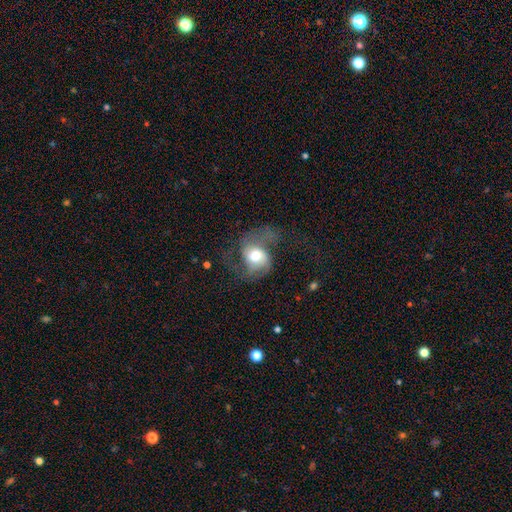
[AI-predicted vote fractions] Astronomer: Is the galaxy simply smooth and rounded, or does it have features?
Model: featured or disk — 62%.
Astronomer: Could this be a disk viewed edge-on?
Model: no — 97%.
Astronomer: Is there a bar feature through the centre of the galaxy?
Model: no — 62%.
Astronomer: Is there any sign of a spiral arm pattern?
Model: yes — 86%.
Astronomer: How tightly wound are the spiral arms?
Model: loose — 53% (runner-up: medium, 38%).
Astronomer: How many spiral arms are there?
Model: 2 — 75%.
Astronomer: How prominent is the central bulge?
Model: moderate — 59%.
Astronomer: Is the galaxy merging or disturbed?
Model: none — 41% (runner-up: major disturbance, 38%).